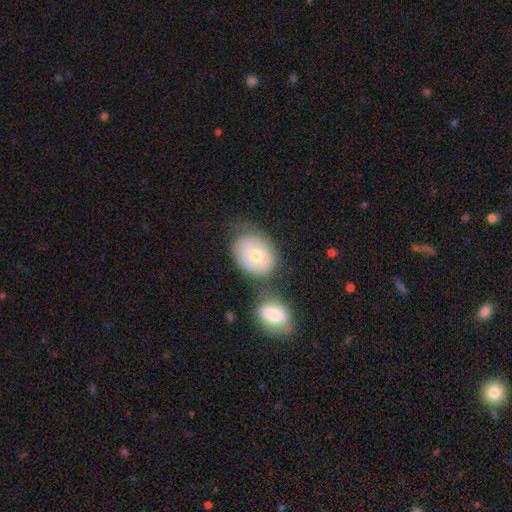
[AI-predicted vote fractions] featured or disk 51%, smooth 43%, star or artifact 6%. Down the decision tree: edge-on disk — no (95%); merging — none (53%).